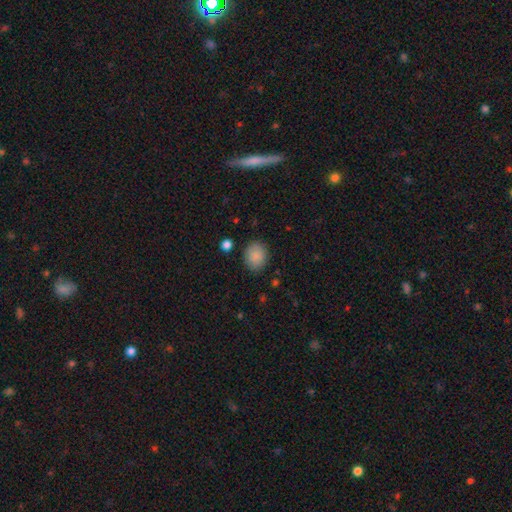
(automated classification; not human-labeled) smooth-or-featured: smooth: 88% | star or artifact: 8% | featured or disk: 4%
  how-rounded: round: 53% | in between: 46% | cigar-shaped: 1%
  merging: none: 86% | minor disturbance: 10% | major disturbance: 3% | merger: 2%